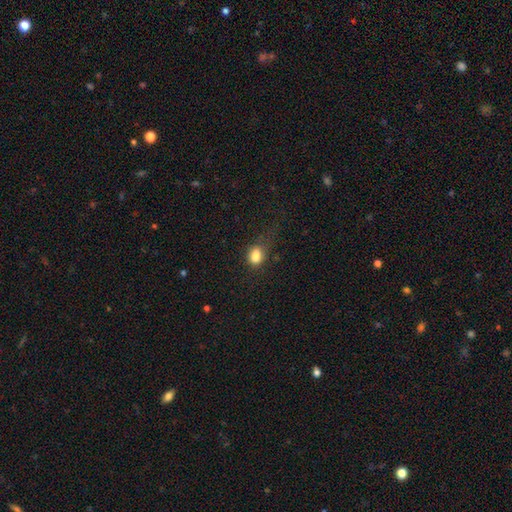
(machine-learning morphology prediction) smooth_or_featured: smooth (p=0.82) [alt: star or artifact p=0.11]
how_rounded: in between (p=0.66) [alt: round p=0.32]
merging: none (p=0.50) [alt: minor disturbance p=0.27]